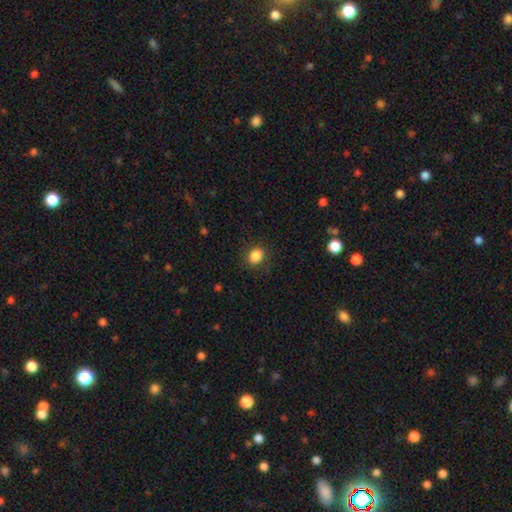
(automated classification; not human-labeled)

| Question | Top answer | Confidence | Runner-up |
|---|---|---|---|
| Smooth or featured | smooth | 86% | star or artifact (10%) |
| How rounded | round | 62% | in between (37%) |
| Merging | none | 85% | minor disturbance (11%) |